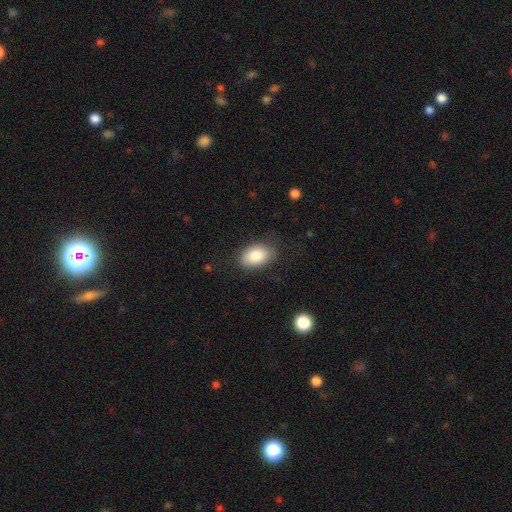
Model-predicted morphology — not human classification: Smooth or featured: smooth — 84% (featured or disk — 9%)
How rounded: in between — 88% (round — 11%)
Merging: none — 78% (minor disturbance — 16%)